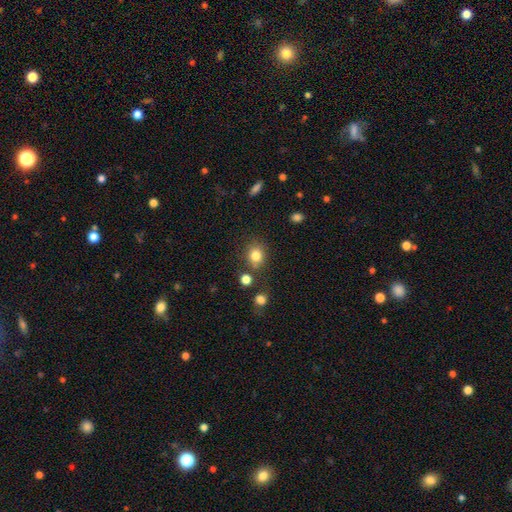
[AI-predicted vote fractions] Overall: smooth (82%). How rounded: round (72%). Merging: none (73%).